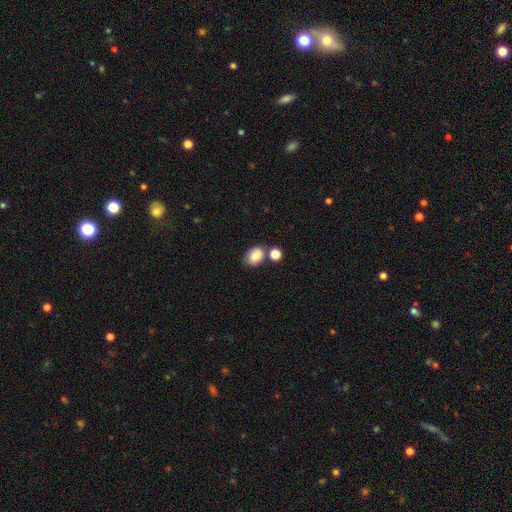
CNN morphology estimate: type=smooth (81%); roundness=in between (73%); merging=none (55%).